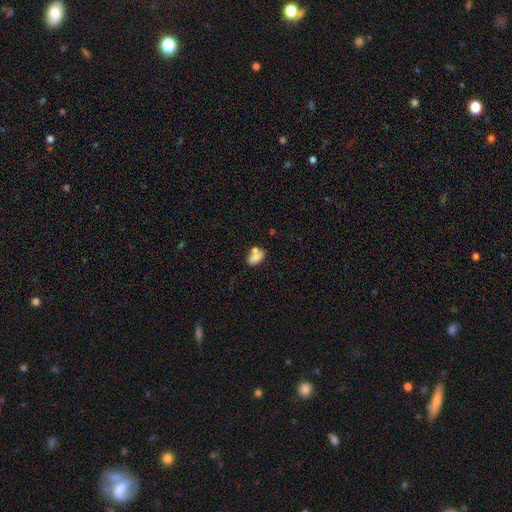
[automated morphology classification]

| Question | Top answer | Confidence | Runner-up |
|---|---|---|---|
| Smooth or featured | smooth | 77% | featured or disk (14%) |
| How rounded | in between | 86% | round (11%) |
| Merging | none | 43% | merger (35%) |